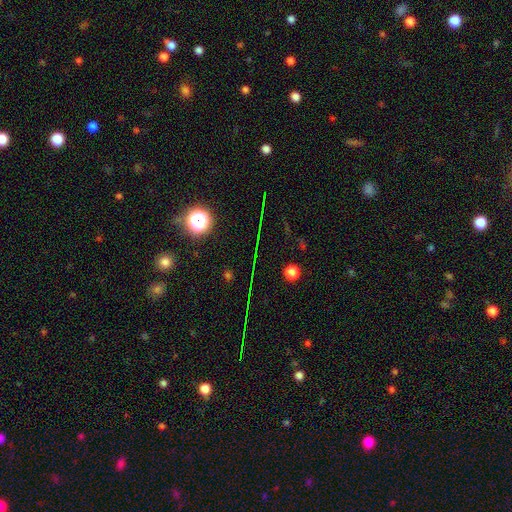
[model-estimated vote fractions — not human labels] smooth_or_featured: star or artifact (p=0.70) [alt: smooth p=0.19]